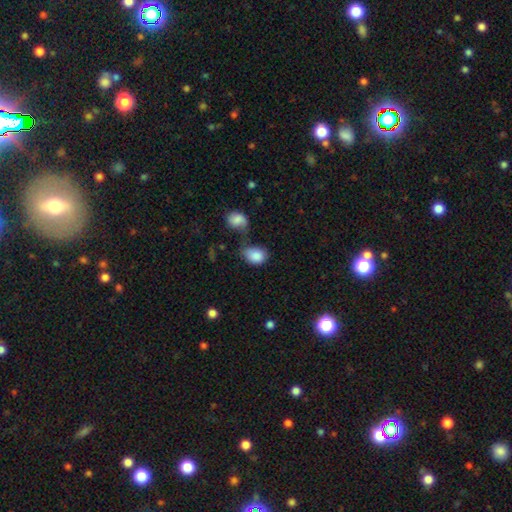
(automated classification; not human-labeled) The model was most divided on "merging": none: 43%, minor disturbance: 27%, merger: 18%, major disturbance: 12%. More confident: smooth or featured — smooth (86%); how rounded — in between (70%).